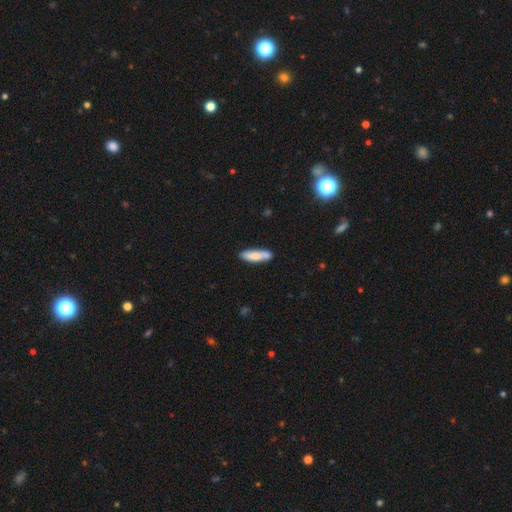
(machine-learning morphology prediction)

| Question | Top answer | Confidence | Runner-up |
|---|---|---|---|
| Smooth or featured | smooth | 75% | featured or disk (19%) |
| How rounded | cigar-shaped | 62% | in between (36%) |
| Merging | none | 76% | minor disturbance (15%) |